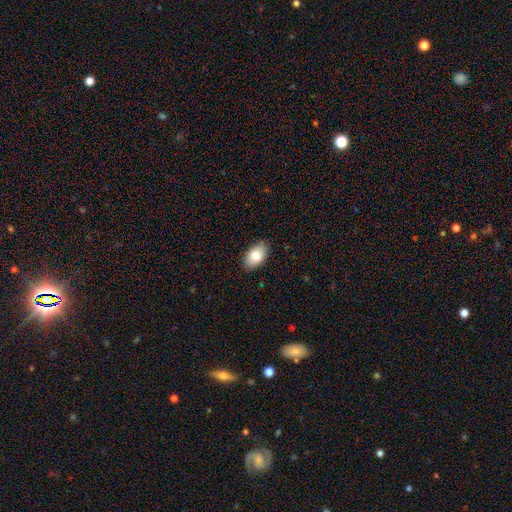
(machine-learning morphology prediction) smooth-or-featured: smooth: 84% | featured or disk: 9% | star or artifact: 7%
  how-rounded: in between: 93% | round: 6% | cigar-shaped: 2%
  merging: none: 87% | minor disturbance: 10% | major disturbance: 2% | merger: 1%